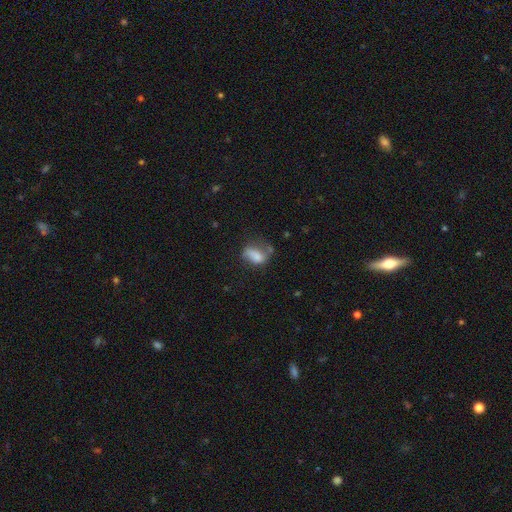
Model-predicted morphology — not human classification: The model was most divided on "merging": none: 32%, minor disturbance: 30%, major disturbance: 29%, merger: 9%. More confident: how rounded — in between (84%); smooth or featured — smooth (67%).